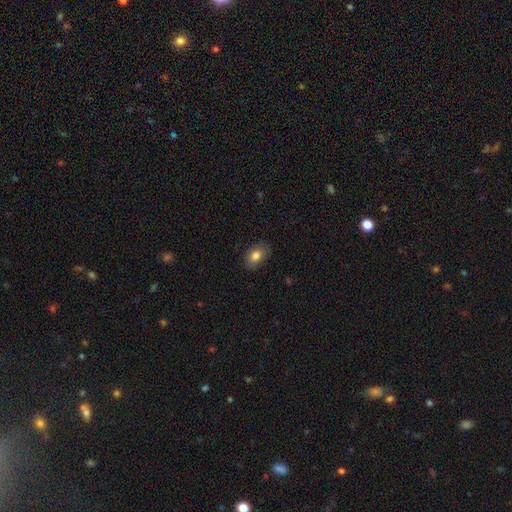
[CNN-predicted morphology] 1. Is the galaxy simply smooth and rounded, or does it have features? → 81% smooth, 11% featured or disk, 8% star or artifact.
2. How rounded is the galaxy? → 84% in between, 14% round, 1% cigar-shaped.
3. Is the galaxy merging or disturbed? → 85% none, 12% minor disturbance, 3% major disturbance, 1% merger.